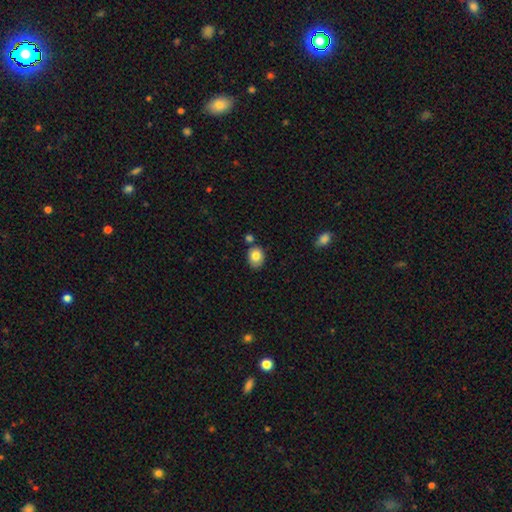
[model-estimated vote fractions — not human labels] The model was most divided on "how rounded": in between: 53%, round: 46%, cigar-shaped: 1%. More confident: smooth or featured — smooth (81%); merging — none (72%).